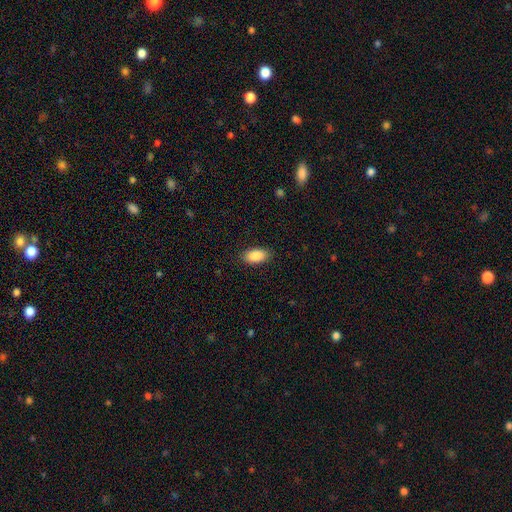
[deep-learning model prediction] smooth-or-featured: smooth: 90% | star or artifact: 6% | featured or disk: 4%
  how-rounded: in between: 94% | round: 4% | cigar-shaped: 3%
  merging: none: 87% | minor disturbance: 9% | major disturbance: 3% | merger: 1%